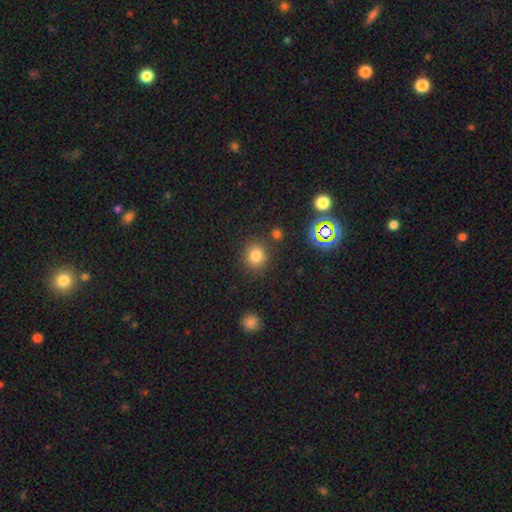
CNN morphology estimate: smooth_or_featured: smooth (p=0.79) [alt: star or artifact p=0.15]
how_rounded: round (p=0.86) [alt: in between p=0.12]
merging: none (p=0.85) [alt: minor disturbance p=0.08]